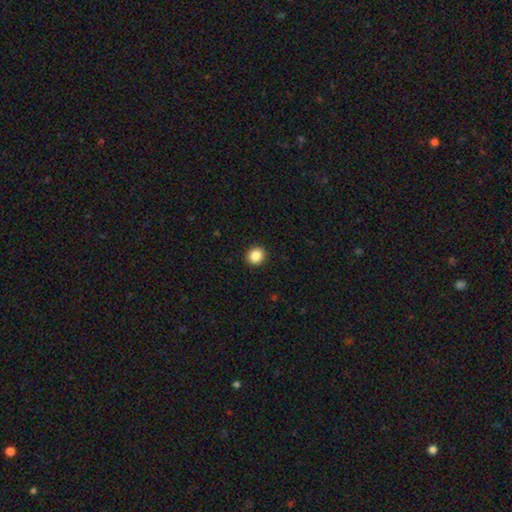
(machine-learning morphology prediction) Overall: smooth (87%). How rounded: round (80%). Merging: none (92%).